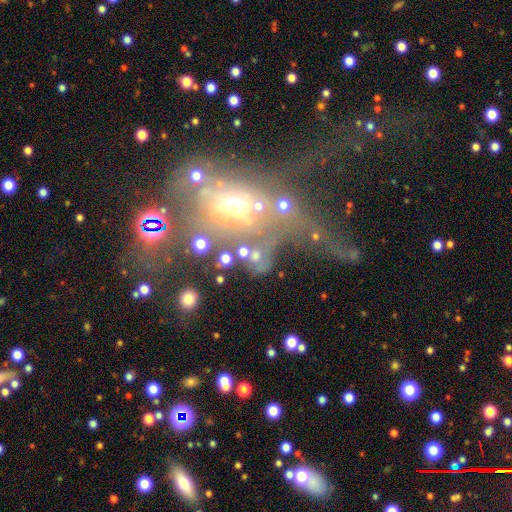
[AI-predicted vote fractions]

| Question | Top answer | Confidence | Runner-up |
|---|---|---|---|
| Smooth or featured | smooth | 46% | featured or disk (29%) |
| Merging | none | 34% | merger (30%) |